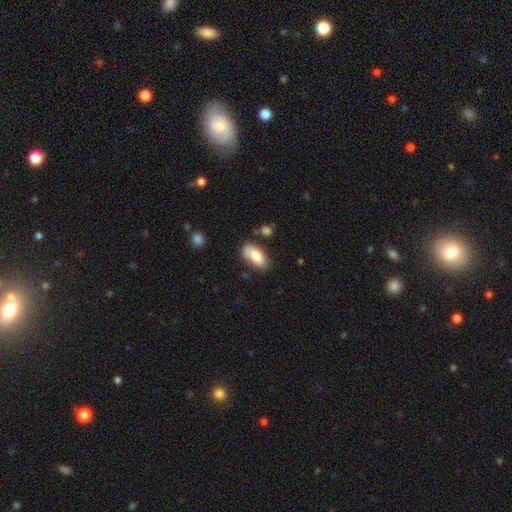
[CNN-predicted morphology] smooth 80%, featured or disk 13%, star or artifact 7%. Down the decision tree: how rounded — in between (92%); merging — none (64%).